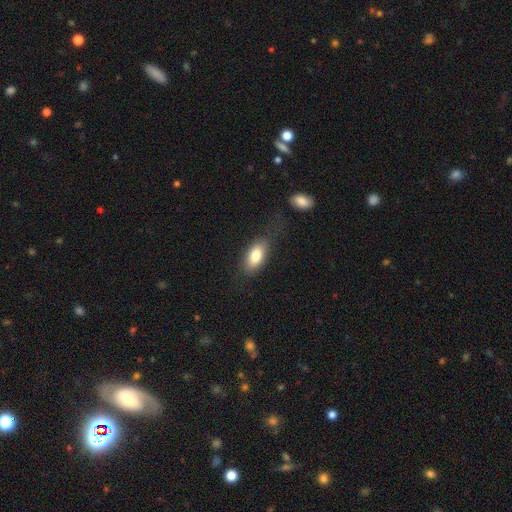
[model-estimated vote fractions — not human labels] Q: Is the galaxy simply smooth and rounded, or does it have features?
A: smooth — 79%.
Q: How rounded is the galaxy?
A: in between — 89%.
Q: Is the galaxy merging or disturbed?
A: none — 73%.